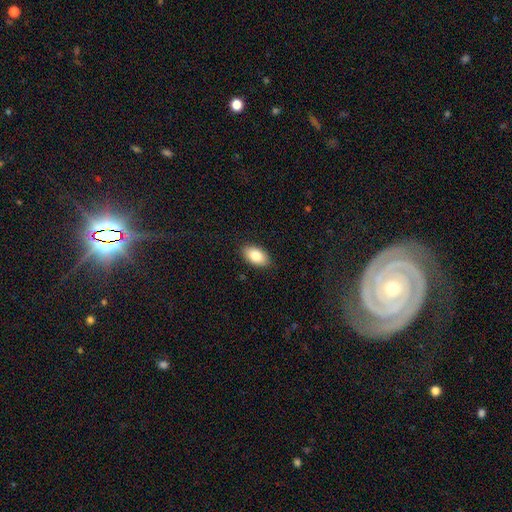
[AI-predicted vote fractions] This appears to be a smooth galaxy with no disk features (85%) that is in between round and cigar-shaped (94%). Merging: none (88%).